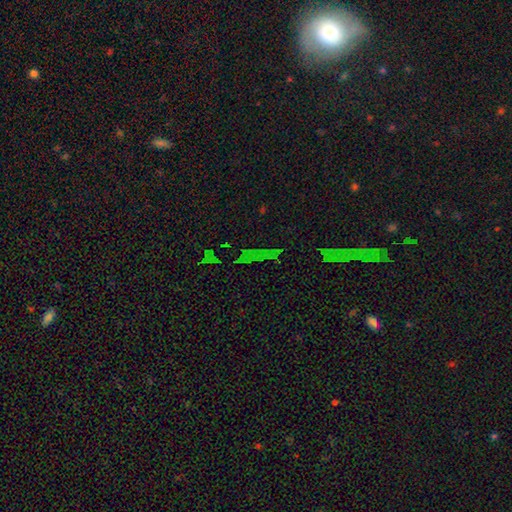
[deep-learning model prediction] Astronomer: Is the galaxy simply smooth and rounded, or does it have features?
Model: star or artifact — 68%.